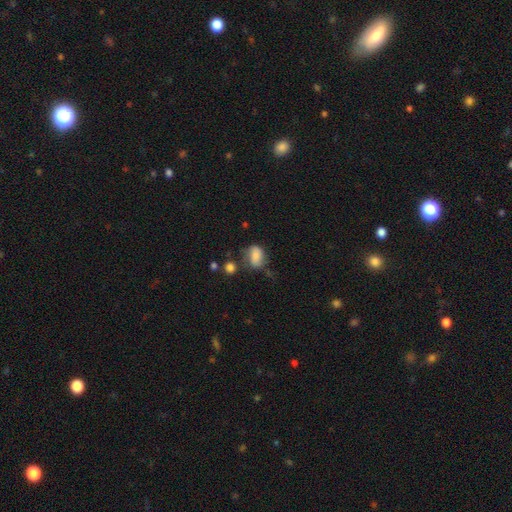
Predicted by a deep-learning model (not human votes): This appears to be a smooth galaxy with no disk features (73%) that is in between round and cigar-shaped (76%). Merging: none (48%).